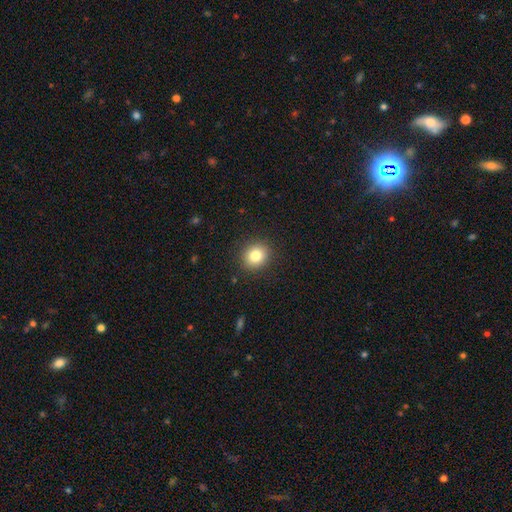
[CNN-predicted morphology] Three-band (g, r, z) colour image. It shows a smooth galaxy with no disk features (82%) that is round (80%). Merging: none (90%).